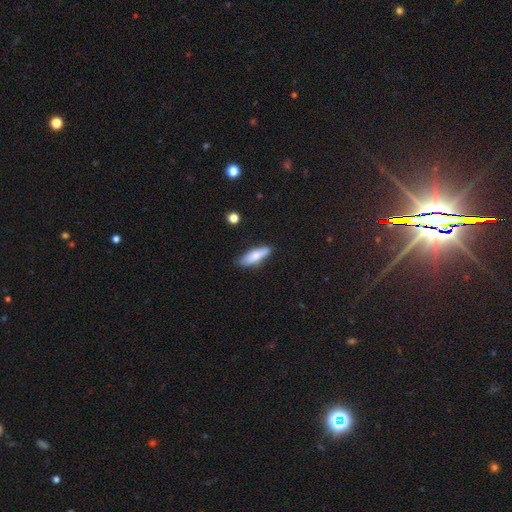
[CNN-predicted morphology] This appears to be a smooth galaxy with no disk features (79%) that is in between round and cigar-shaped (51%). Merging: none (77%).